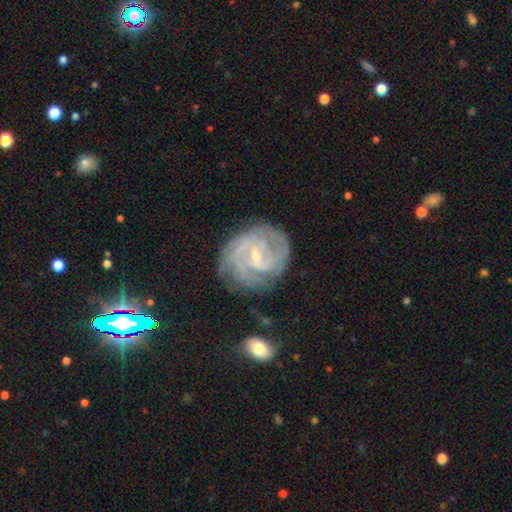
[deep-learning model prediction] This is clearly a featured or disk galaxy (86%). It is clearly not viewed edge-on (97%). Bar: possibly weak (54%). Spiral arm pattern: clearly yes (95%). Spiral arm count: marginally can't tell (30%, tied with 2). Spiral winding: possibly tight (60%). Central bulge: likely small (77%). Merging: likely none (70%).